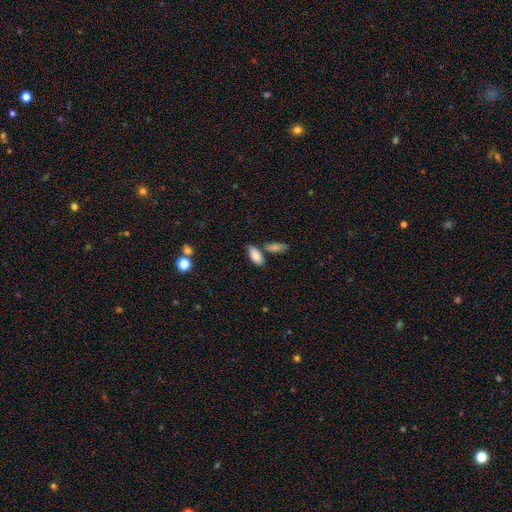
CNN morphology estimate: Q: Smooth or featured?
A: smooth (84%); runner-up: featured or disk (10%)
Q: How rounded?
A: in between (87%); runner-up: cigar-shaped (11%)
Q: Merging?
A: none (65%); runner-up: merger (18%)